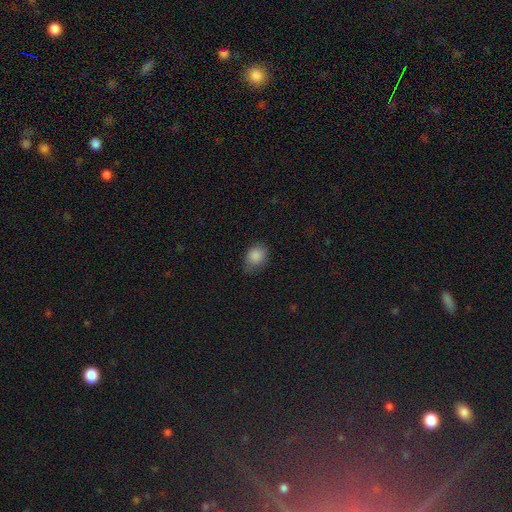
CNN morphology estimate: A smooth galaxy with no disk features (86%) that is in between round and cigar-shaped (56%). Merging: none (63%).